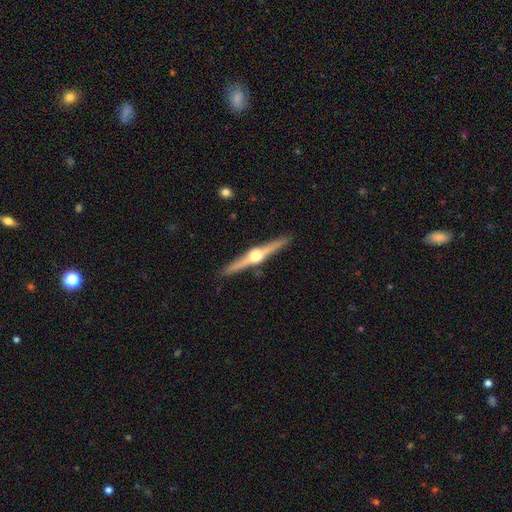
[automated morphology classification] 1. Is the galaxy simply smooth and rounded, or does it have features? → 84% featured or disk, 11% smooth, 5% star or artifact.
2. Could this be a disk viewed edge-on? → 98% yes, 2% no.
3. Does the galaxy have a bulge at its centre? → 96% rounded, 2% boxy, 2% none.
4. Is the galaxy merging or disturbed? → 92% none, 6% minor disturbance, 1% major disturbance, 1% merger.